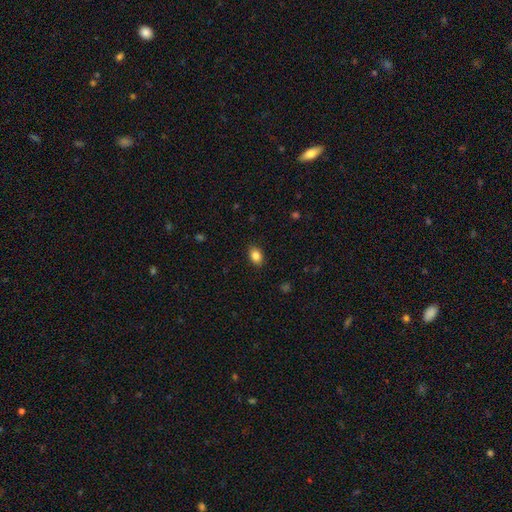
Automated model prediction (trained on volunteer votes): The model was most divided on "how rounded": in between: 77%, round: 22%, cigar-shaped: 1%. More confident: merging — none (88%); smooth or featured — smooth (86%).